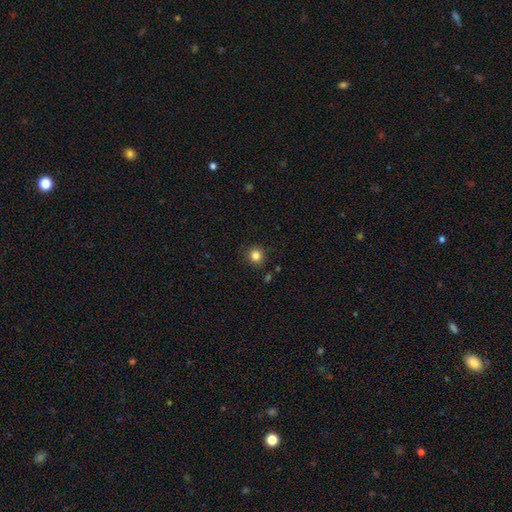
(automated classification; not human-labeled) smooth_or_featured: smooth (p=0.84) [alt: star or artifact p=0.12]
how_rounded: round (p=0.93) [alt: in between p=0.06]
merging: none (p=0.88) [alt: minor disturbance p=0.08]